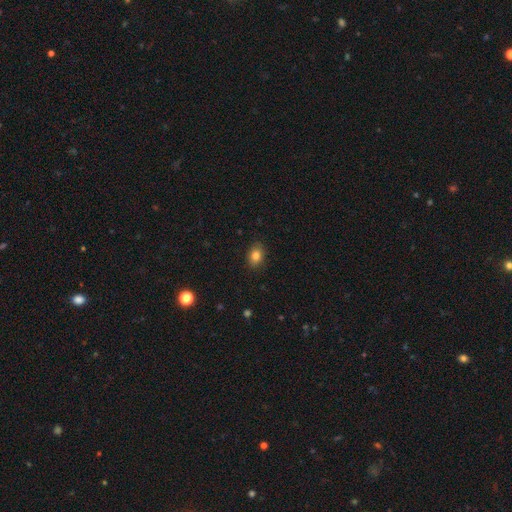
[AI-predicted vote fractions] This appears to be a smooth galaxy with no disk features (83%) that is in between round and cigar-shaped (72%). Merging: none (87%).